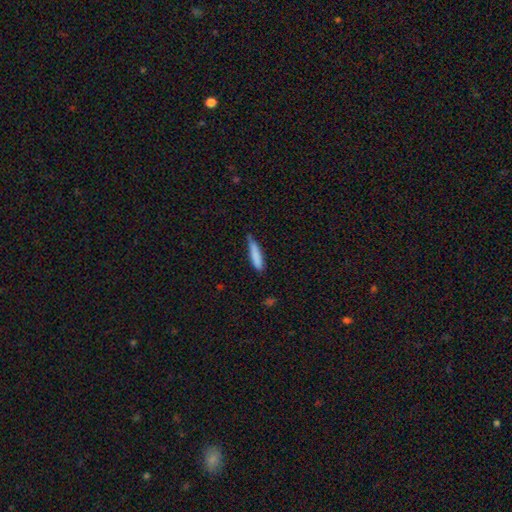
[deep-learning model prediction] Q: Smooth or featured?
A: smooth (83%); runner-up: featured or disk (11%)
Q: How rounded?
A: cigar-shaped (84%); runner-up: in between (14%)
Q: Merging?
A: none (57%); runner-up: minor disturbance (35%)